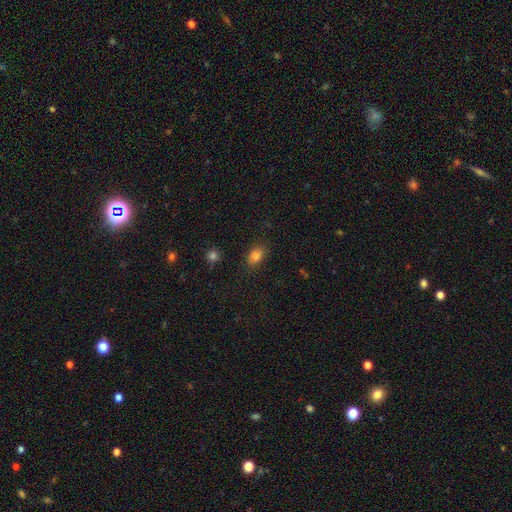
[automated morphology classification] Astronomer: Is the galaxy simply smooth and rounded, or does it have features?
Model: smooth — 82%.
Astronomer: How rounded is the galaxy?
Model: in between — 77%.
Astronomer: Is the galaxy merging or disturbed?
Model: none — 82%.